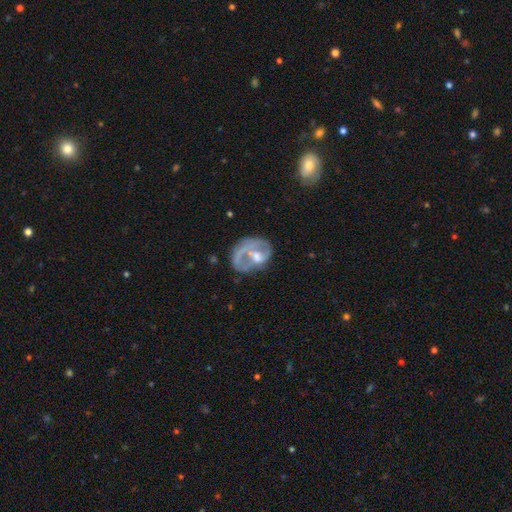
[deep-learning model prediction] Morphology: type=featured or disk (64%); edge-on=no (97%); bar=no (66%); spiral arms=no (52%); bulge=moderate (56%); merging=none (37%).